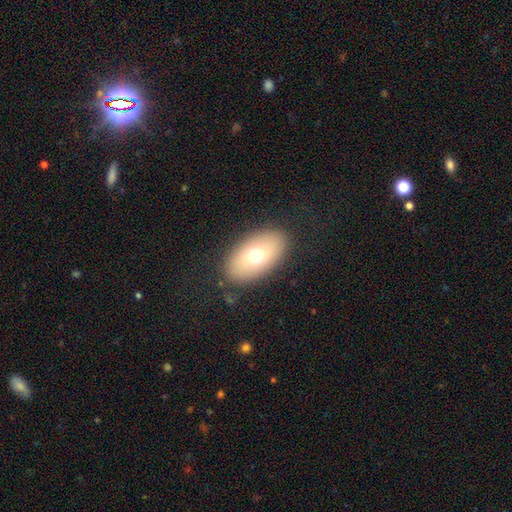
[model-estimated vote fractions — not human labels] Overall: smooth (66%). How rounded: in between (90%). Merging: none (84%).